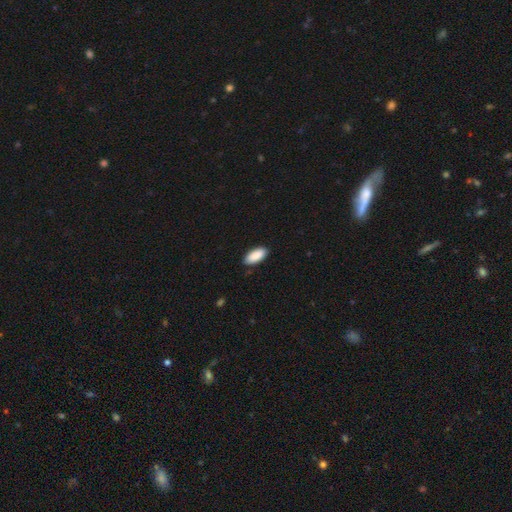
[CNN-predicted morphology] smooth-or-featured: smooth: 91% | star or artifact: 6% | featured or disk: 4%
  how-rounded: in between: 91% | cigar-shaped: 7% | round: 2%
  merging: none: 87% | minor disturbance: 10% | major disturbance: 2% | merger: 1%